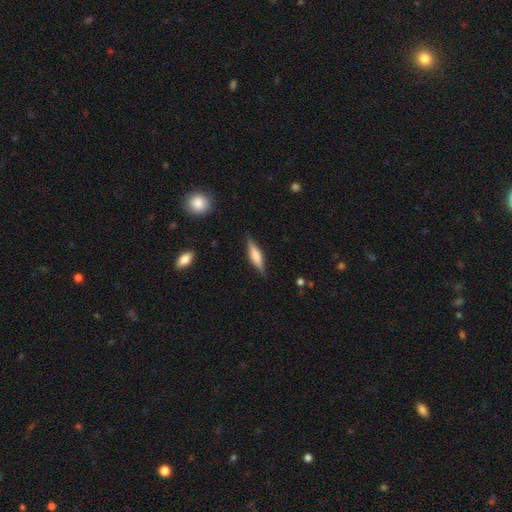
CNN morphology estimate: type=smooth (47%, tied with featured or disk); merging=none (86%).